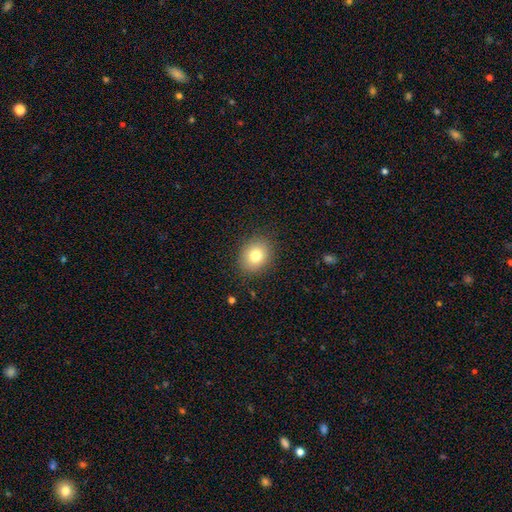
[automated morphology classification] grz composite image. It shows a smooth galaxy with no disk features (78%) that is round (67%). Merging: none (88%).